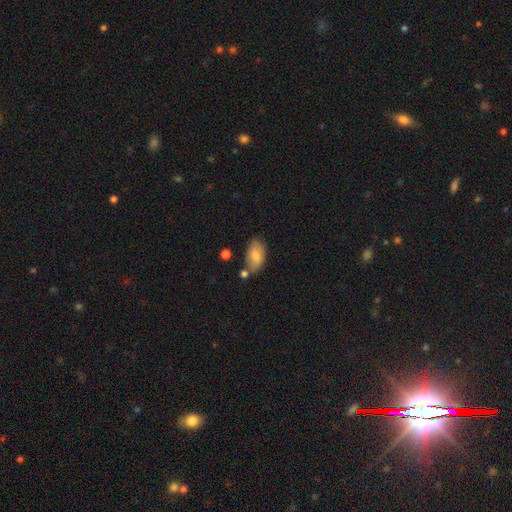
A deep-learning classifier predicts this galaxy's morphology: smooth 79%, featured or disk 14%, star or artifact 7%. Down the decision tree: how rounded — in between (93%); merging — none (64%).